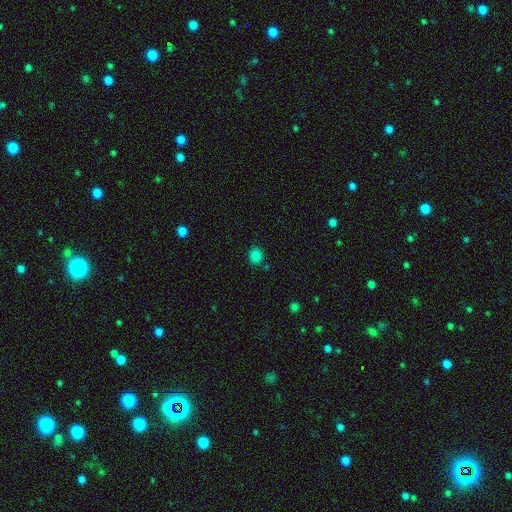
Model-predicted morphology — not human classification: This is clearly a smooth galaxy (82%). How rounded: likely round (77%). Merging: clearly none (83%).